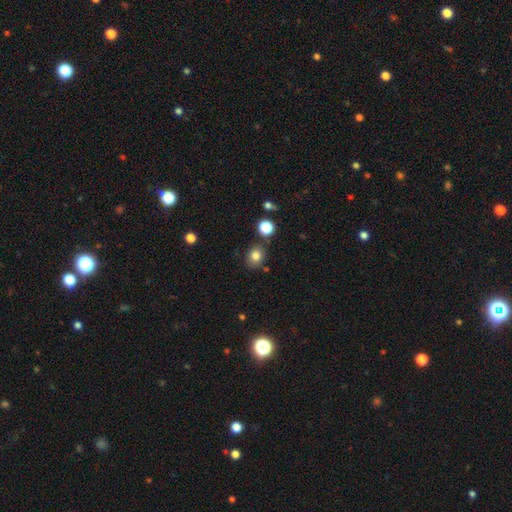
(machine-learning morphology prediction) This is clearly a smooth galaxy (81%). How rounded: likely round (64%). Merging: likely none (79%).